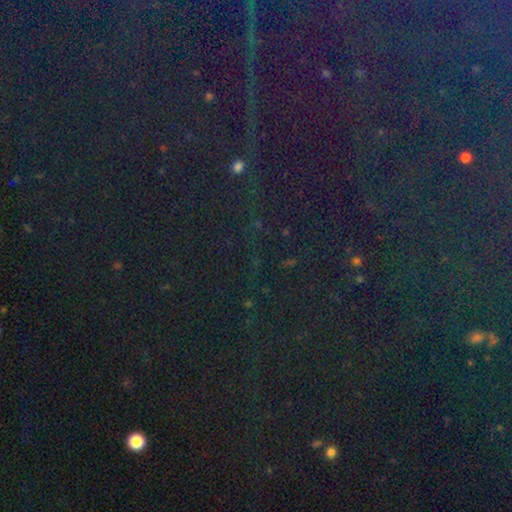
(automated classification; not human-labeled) smooth-or-featured: star or artifact: 83% | smooth: 10% | featured or disk: 7%